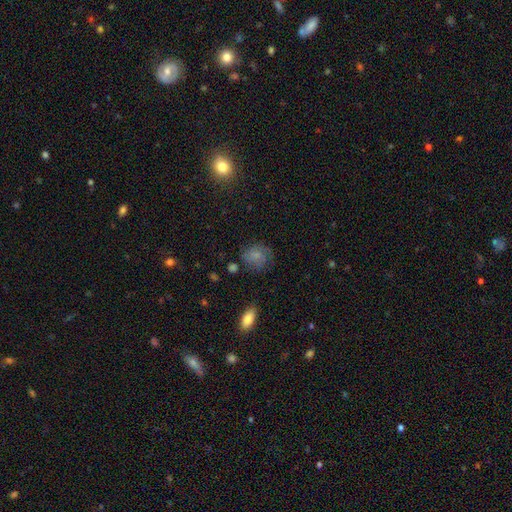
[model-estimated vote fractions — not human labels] A smooth galaxy with no disk features (63%) that is round (63%). Merging: none (61%).